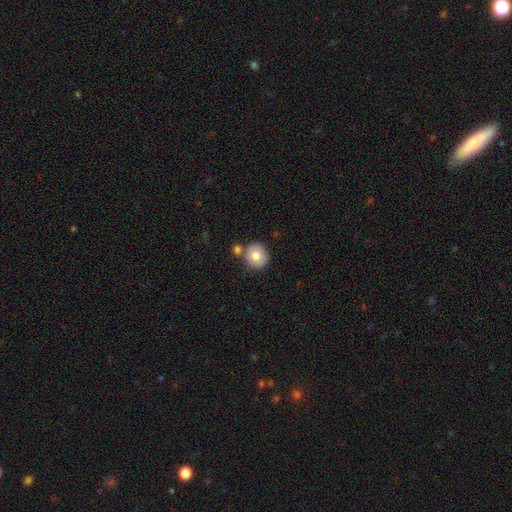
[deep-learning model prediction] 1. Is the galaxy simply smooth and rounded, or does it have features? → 77% smooth, 15% featured or disk, 8% star or artifact.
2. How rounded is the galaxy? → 85% round, 14% in between, 1% cigar-shaped.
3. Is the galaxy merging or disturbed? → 69% none, 18% merger, 11% minor disturbance, 3% major disturbance.